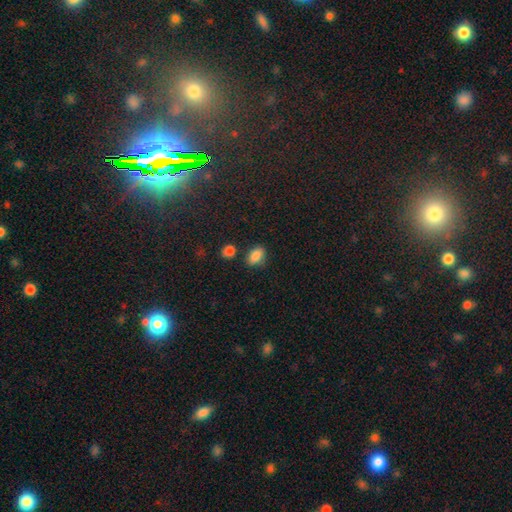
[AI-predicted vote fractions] Smooth or featured?
  - smooth: 86% *
  - star or artifact: 9%
  - featured or disk: 5%
How rounded?
  - in between: 83% *
  - round: 15%
  - cigar-shaped: 2%
Merging?
  - none: 77% *
  - minor disturbance: 14%
  - merger: 6%
  - major disturbance: 3%